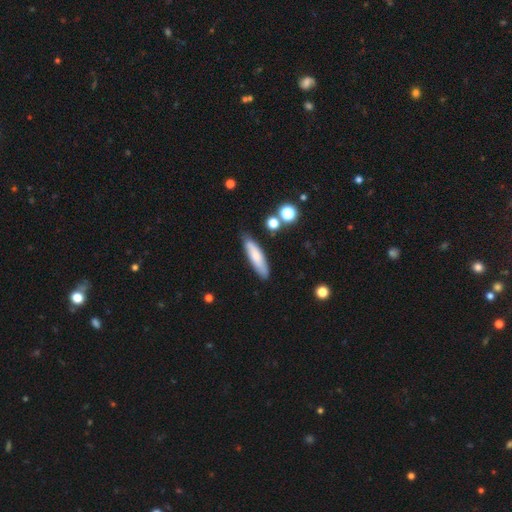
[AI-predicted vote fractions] A smooth galaxy with no disk features (74%) that is cigar-shaped (72%). Merging: none (81%).